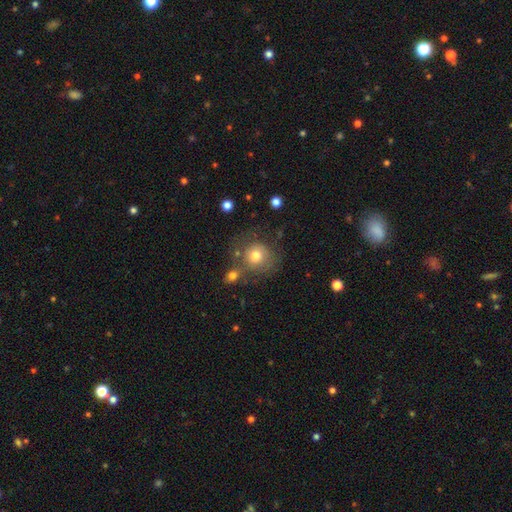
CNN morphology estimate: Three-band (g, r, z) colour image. It shows a smooth galaxy with no disk features (74%) that is round (85%). Merging: none (57%).